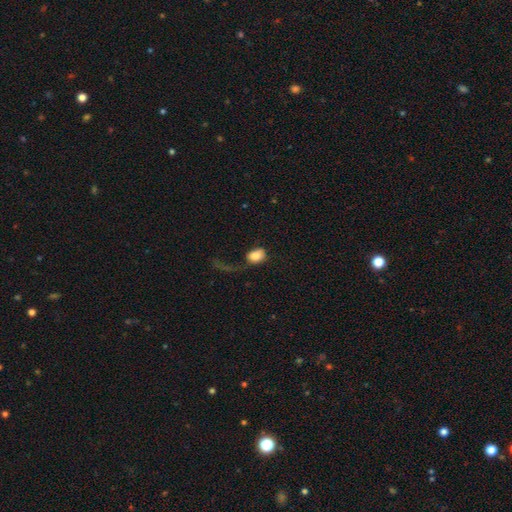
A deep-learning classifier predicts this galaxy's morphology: This is likely a smooth galaxy (78%). How rounded: likely in between (67%). Merging: possibly major disturbance (47%).